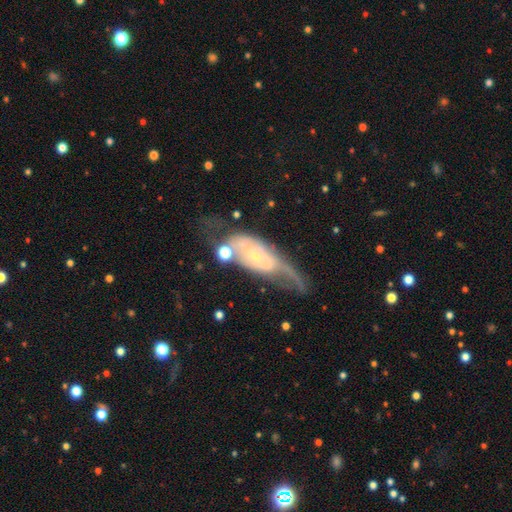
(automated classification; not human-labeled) Smooth or featured: featured or disk — 79% (smooth — 14%)
Edge-on disk: no — 87% (yes — 13%)
Bar: no — 53% (weak — 34%)
Spiral arms: yes — 85% (no — 15%)
Spiral winding: medium — 39% (tight — 36%)
Spiral arm count: 2 — 56% (can't tell — 28%)
Bulge size: small — 75% (moderate — 20%)
Merging: none — 38% (major disturbance — 28%)